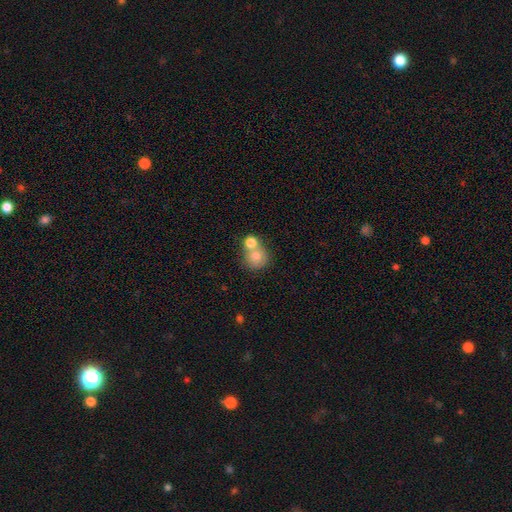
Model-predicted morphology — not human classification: Smooth or featured?
  - smooth: 72% *
  - featured or disk: 18%
  - star or artifact: 10%
How rounded?
  - round: 82% *
  - in between: 17%
  - cigar-shaped: 1%
Merging?
  - merger: 48% *
  - none: 40%
  - minor disturbance: 9%
  - major disturbance: 4%